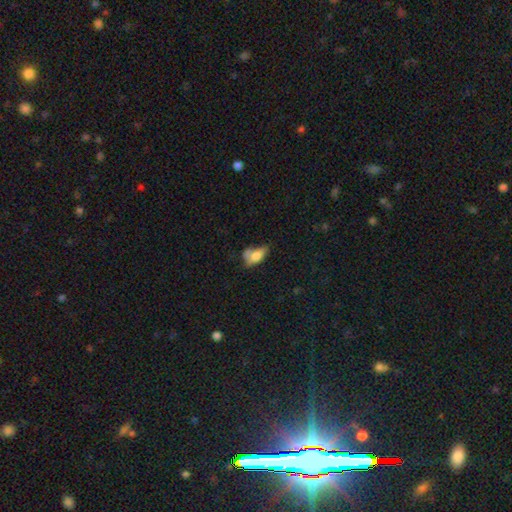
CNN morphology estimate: type=smooth (72%); roundness=in between (87%); merging=minor disturbance (30%).